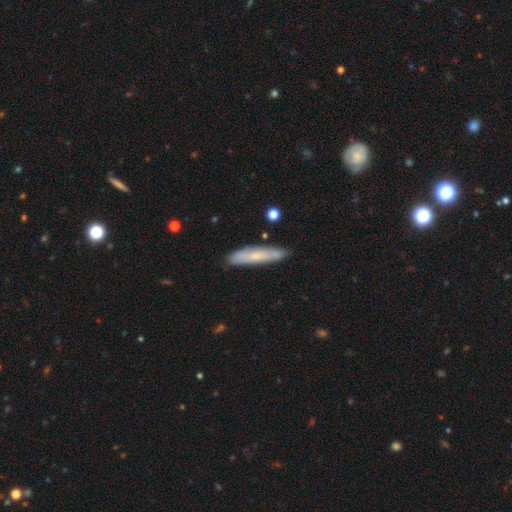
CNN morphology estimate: A smooth galaxy with no disk features (62%) that is cigar-shaped (85%). Merging: none (81%).